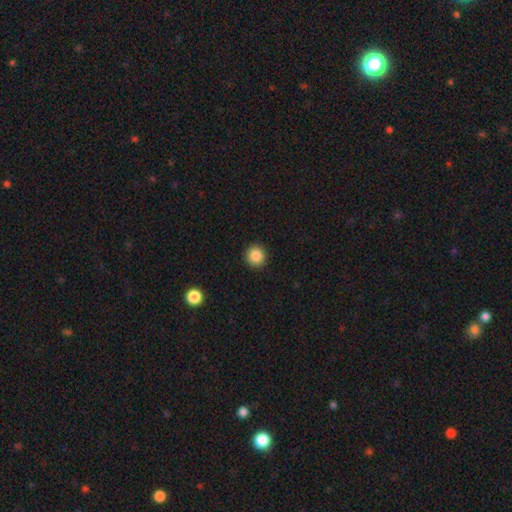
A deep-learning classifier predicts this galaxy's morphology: Q: Smooth or featured?
A: smooth (86%); runner-up: star or artifact (9%)
Q: How rounded?
A: round (93%); runner-up: in between (6%)
Q: Merging?
A: none (92%); runner-up: minor disturbance (5%)